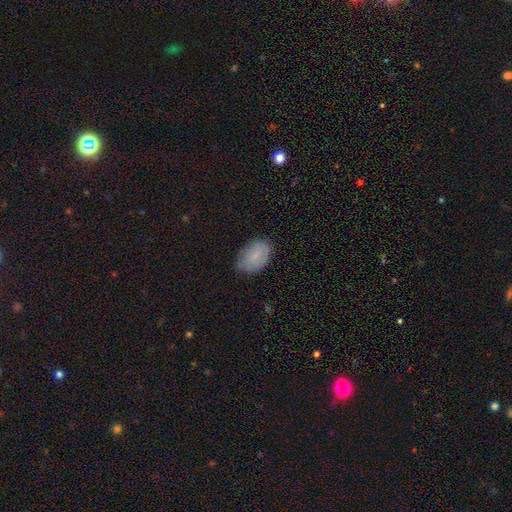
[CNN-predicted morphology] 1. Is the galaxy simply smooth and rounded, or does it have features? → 68% smooth, 24% featured or disk, 8% star or artifact.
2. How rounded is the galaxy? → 86% in between, 13% round, 1% cigar-shaped.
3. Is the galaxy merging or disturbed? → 66% none, 27% minor disturbance, 5% major disturbance, 1% merger.